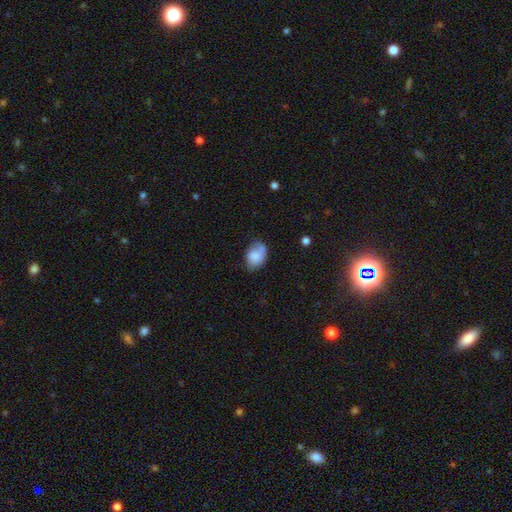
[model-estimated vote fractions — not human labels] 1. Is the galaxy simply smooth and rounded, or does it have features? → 68% smooth, 24% featured or disk, 8% star or artifact.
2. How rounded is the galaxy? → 75% in between, 24% round, 1% cigar-shaped.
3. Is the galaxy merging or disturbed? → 56% none, 30% minor disturbance, 11% major disturbance, 3% merger.